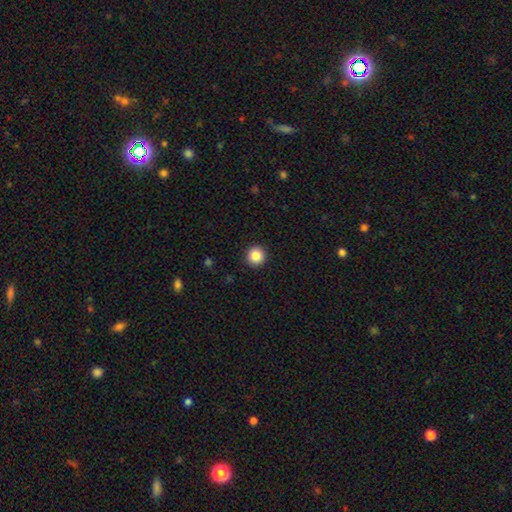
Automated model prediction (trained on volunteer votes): Q: Smooth or featured?
A: smooth (87%); runner-up: star or artifact (10%)
Q: How rounded?
A: round (95%); runner-up: in between (5%)
Q: Merging?
A: none (92%); runner-up: minor disturbance (5%)